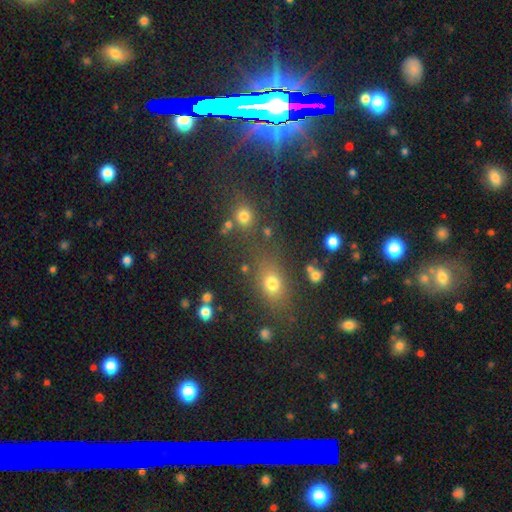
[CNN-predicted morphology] Smooth or featured?
  - star or artifact: 50% *
  - smooth: 38%
  - featured or disk: 11%